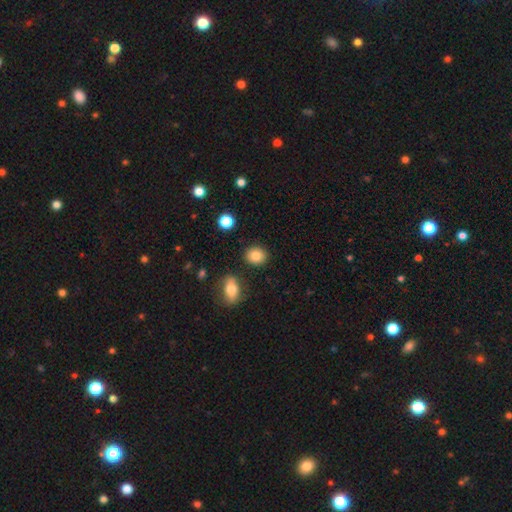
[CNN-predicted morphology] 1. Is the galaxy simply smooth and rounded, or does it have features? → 85% smooth, 9% star or artifact, 6% featured or disk.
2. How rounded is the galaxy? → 73% round, 26% in between, 1% cigar-shaped.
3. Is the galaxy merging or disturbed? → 87% none, 7% minor disturbance, 3% merger, 2% major disturbance.